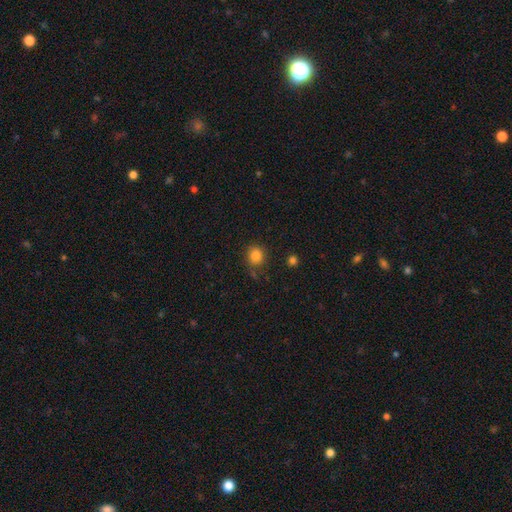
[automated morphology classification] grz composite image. It shows a smooth galaxy with no disk features (84%) that is round (84%). Merging: none (79%).